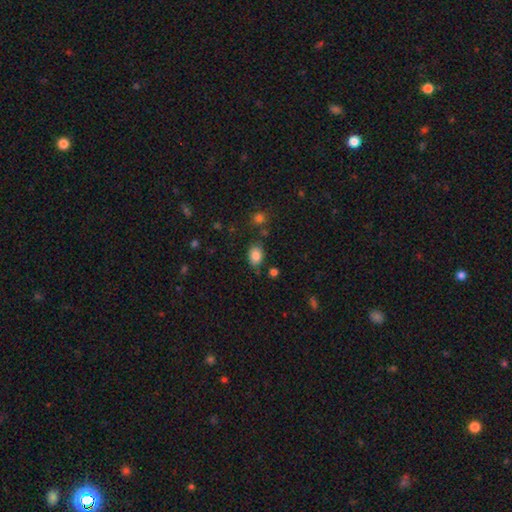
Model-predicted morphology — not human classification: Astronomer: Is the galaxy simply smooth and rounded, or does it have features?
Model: smooth — 84%.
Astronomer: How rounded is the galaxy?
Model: in between — 76%.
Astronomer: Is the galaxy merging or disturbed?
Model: none — 73%.